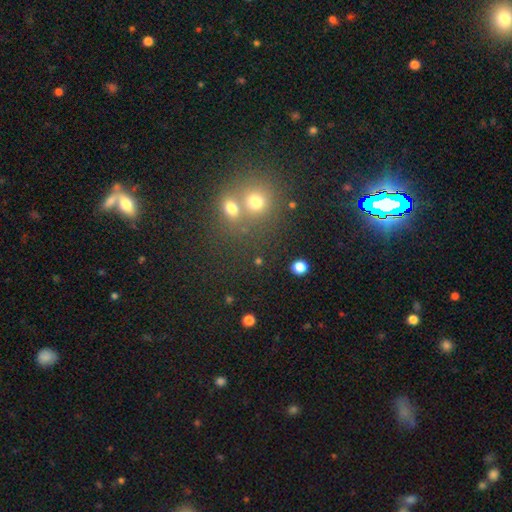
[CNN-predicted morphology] smooth-or-featured: smooth: 45% | star or artifact: 42% | featured or disk: 13%
  merging: none: 47% | merger: 43% | minor disturbance: 7% | major disturbance: 4%